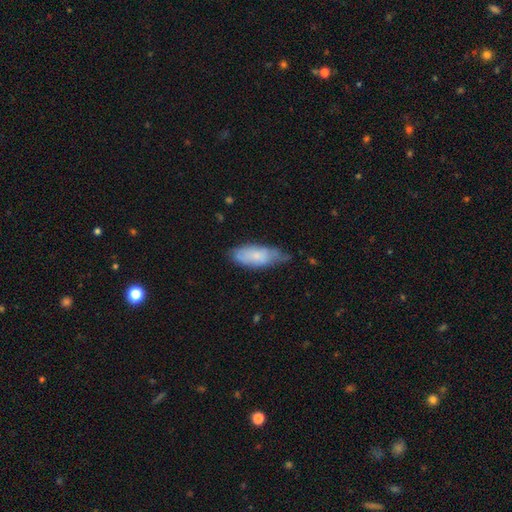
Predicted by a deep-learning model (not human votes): Q: Smooth or featured?
A: smooth (73%); runner-up: featured or disk (21%)
Q: How rounded?
A: in between (79%); runner-up: cigar-shaped (19%)
Q: Merging?
A: none (46%); runner-up: minor disturbance (42%)